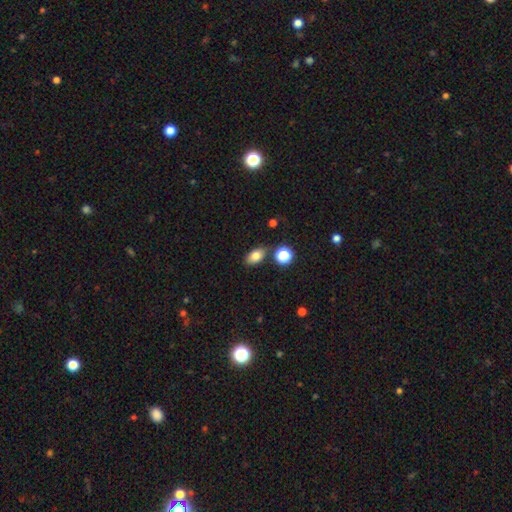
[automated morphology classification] smooth-or-featured: smooth: 79% | star or artifact: 11% | featured or disk: 9%
  how-rounded: in between: 85% | round: 13% | cigar-shaped: 2%
  merging: none: 81% | minor disturbance: 10% | merger: 6% | major disturbance: 3%